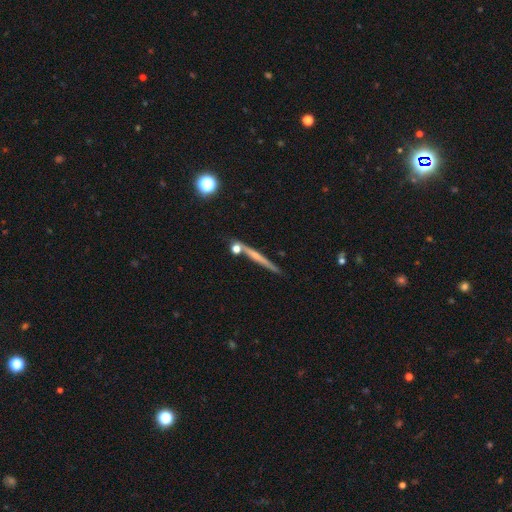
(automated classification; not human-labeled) Smooth or featured: featured or disk — 51% (smooth — 41%)
Edge-on disk: yes — 96% (no — 4%)
Merging: none — 80% (minor disturbance — 10%)